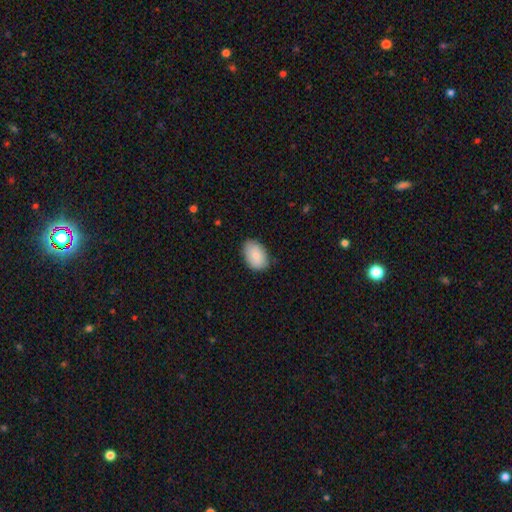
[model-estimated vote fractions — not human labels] A smooth galaxy with no disk features (83%) that is in between round and cigar-shaped (88%). Merging: none (80%).